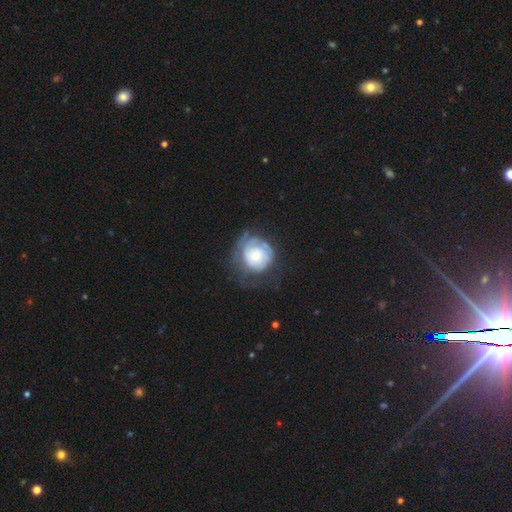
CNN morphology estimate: featured or disk 55%, smooth 39%, star or artifact 7%. Down the decision tree: edge-on disk — no (97%); bar — no (82%); spiral arms — yes (69%); bulge size — small (45%); merging — none (46%).